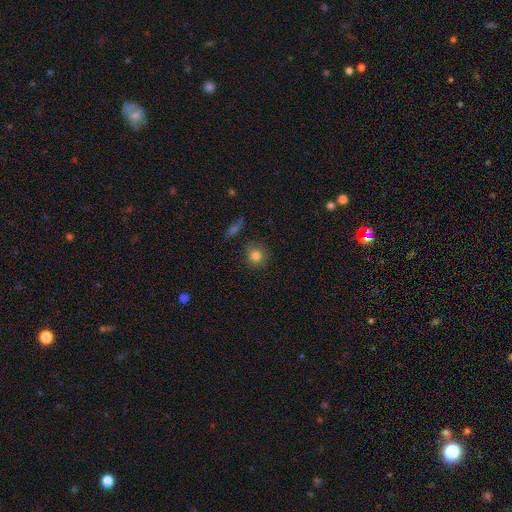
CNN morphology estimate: Overall: smooth (81%). How rounded: round (90%). Merging: none (85%).